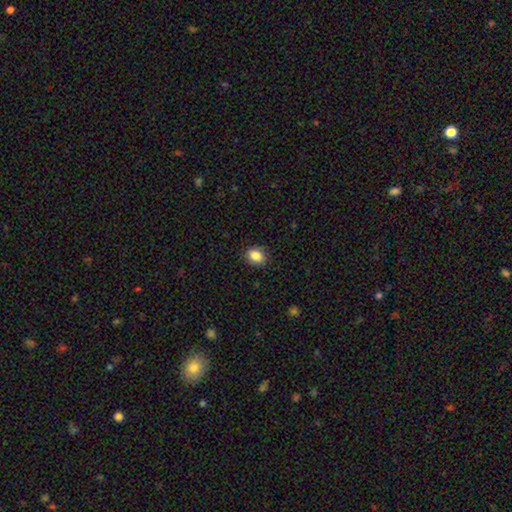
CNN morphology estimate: smooth 86%, star or artifact 9%, featured or disk 5%. Down the decision tree: how rounded — in between (62%); merging — none (87%).